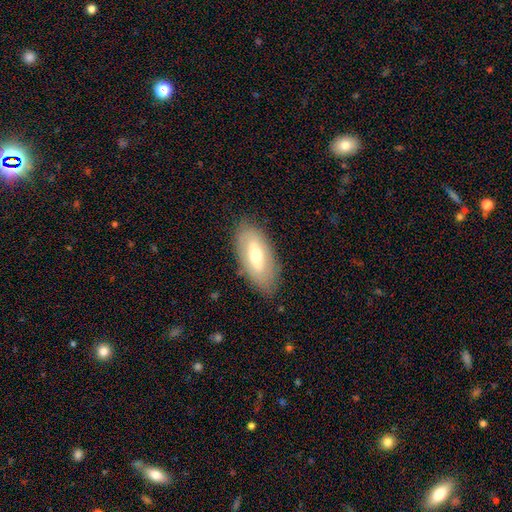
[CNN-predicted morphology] This is possibly a smooth galaxy (53%). How rounded: clearly in between (86%). Merging: clearly none (81%).